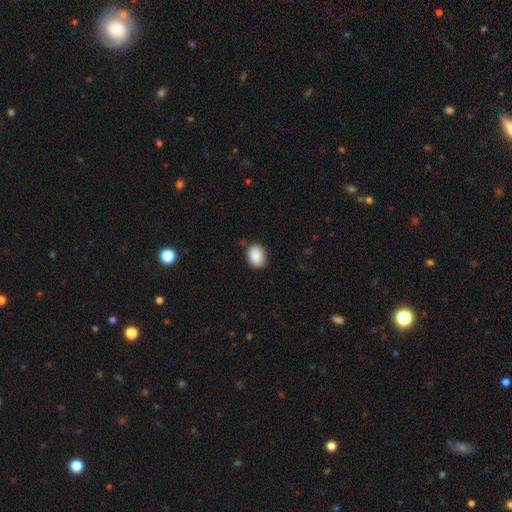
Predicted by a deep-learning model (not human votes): Smooth or featured: smooth — 89% (star or artifact — 8%)
How rounded: in between — 68% (round — 31%)
Merging: none — 85% (minor disturbance — 11%)